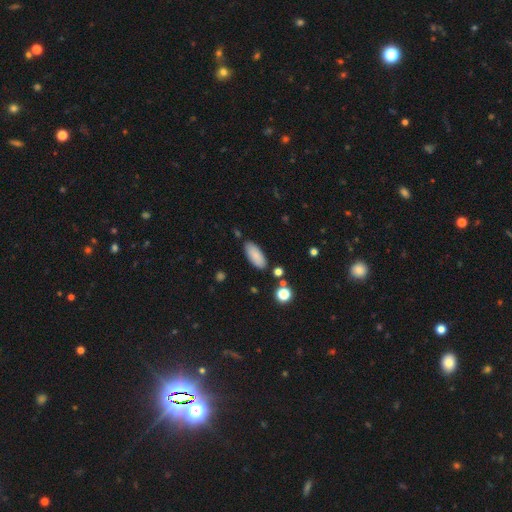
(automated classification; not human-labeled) A smooth galaxy with no disk features (87%) that is in between round and cigar-shaped (83%). Merging: none (82%).